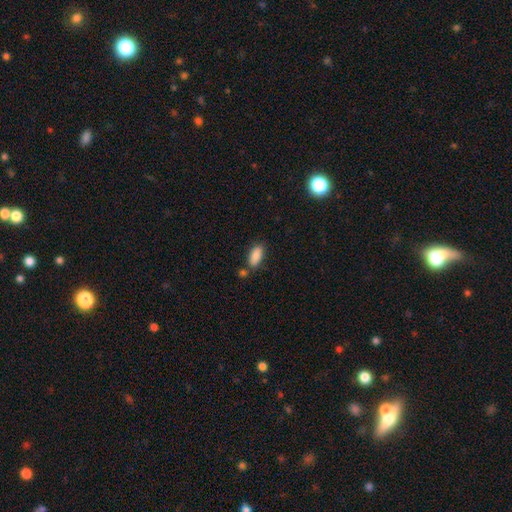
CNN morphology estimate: Smooth or featured?
  - smooth: 88% *
  - star or artifact: 7%
  - featured or disk: 5%
How rounded?
  - in between: 87% *
  - cigar-shaped: 10%
  - round: 3%
Merging?
  - none: 71% *
  - minor disturbance: 15%
  - merger: 11%
  - major disturbance: 4%